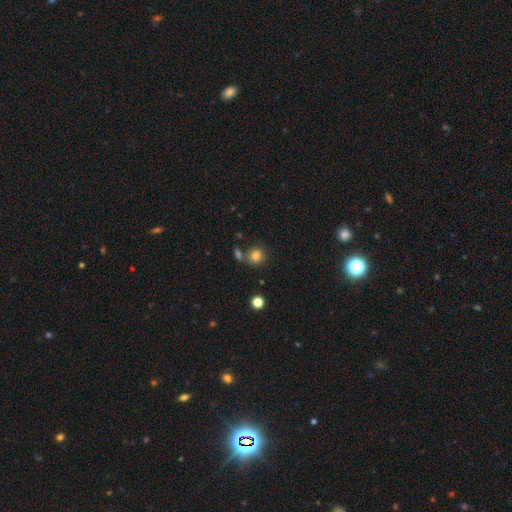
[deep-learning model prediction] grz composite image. It shows a smooth galaxy with no disk features (81%) that is round (81%). Merging: none (65%).